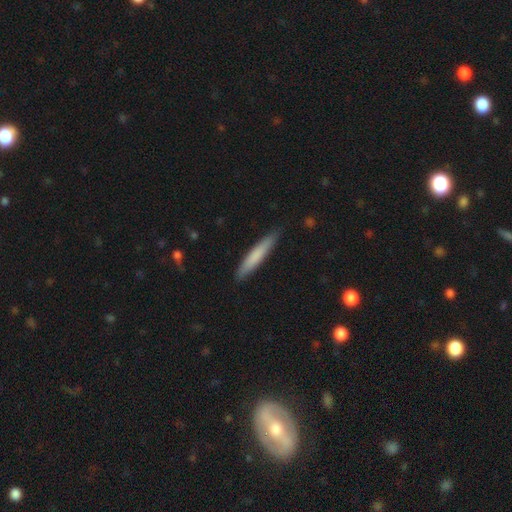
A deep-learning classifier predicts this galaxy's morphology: This is likely a smooth galaxy (74%). How rounded: clearly cigar-shaped (93%). Merging: clearly none (87%).